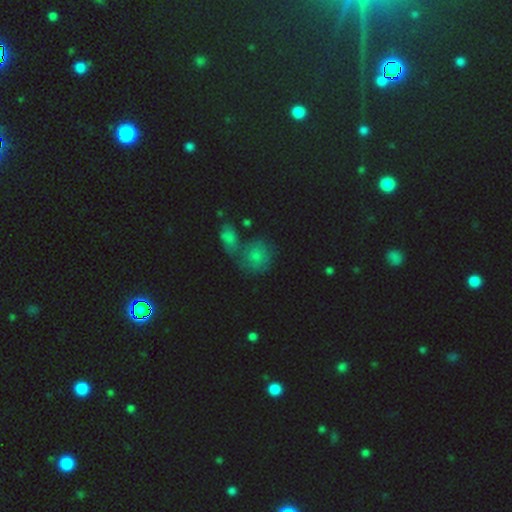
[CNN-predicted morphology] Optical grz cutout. It shows a smooth galaxy with no disk features (62%) that is round (78%). Merging: merger (40%).